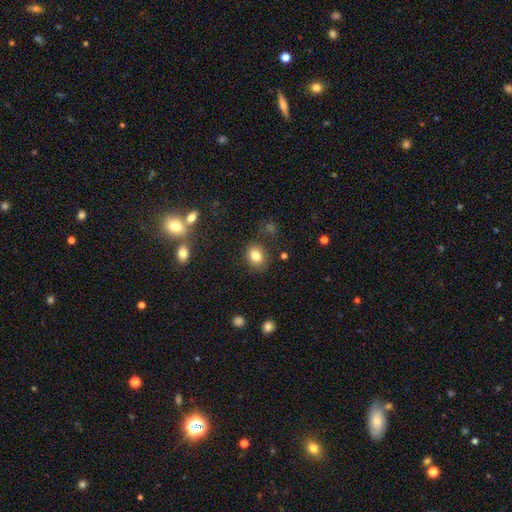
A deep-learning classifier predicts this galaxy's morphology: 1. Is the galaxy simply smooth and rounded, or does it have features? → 82% smooth, 10% star or artifact, 8% featured or disk.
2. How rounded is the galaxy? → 55% round, 44% in between, 1% cigar-shaped.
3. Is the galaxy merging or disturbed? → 82% none, 12% minor disturbance, 4% major disturbance, 3% merger.